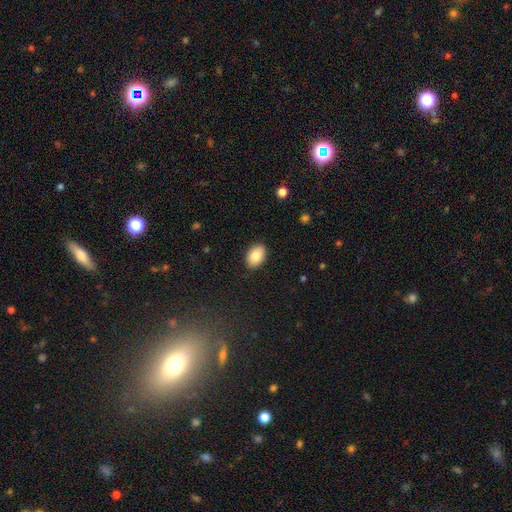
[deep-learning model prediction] smooth 84%, featured or disk 9%, star or artifact 7%. Down the decision tree: how rounded — in between (88%); merging — none (89%).